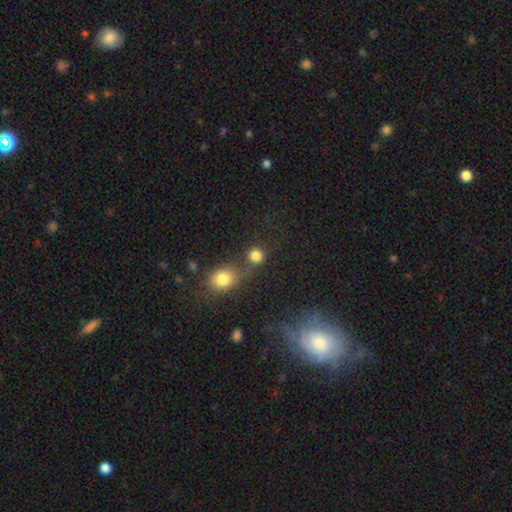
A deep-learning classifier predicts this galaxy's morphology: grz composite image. It shows a smooth galaxy with no disk features (83%) that is round (87%). Merging: none (61%).